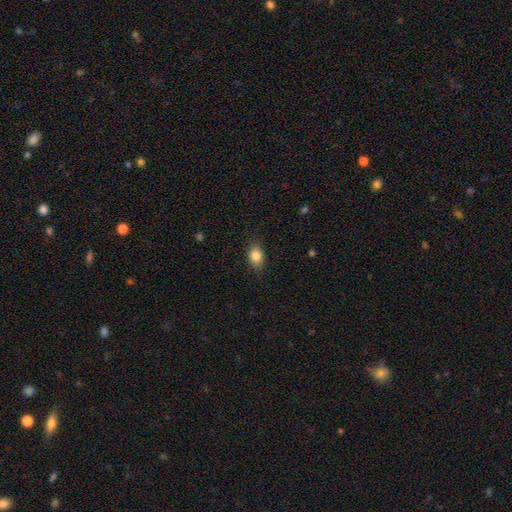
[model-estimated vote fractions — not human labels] This is clearly a smooth galaxy (86%). How rounded: clearly in between (80%). Merging: clearly none (85%).